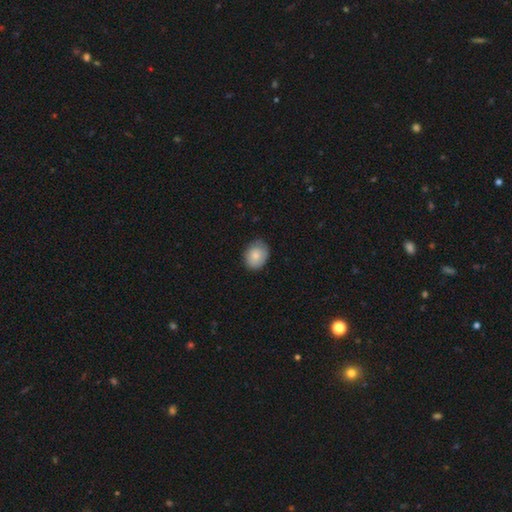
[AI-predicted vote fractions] This appears to be a smooth galaxy with no disk features (81%) that is in between round and cigar-shaped (53%). Merging: none (76%).